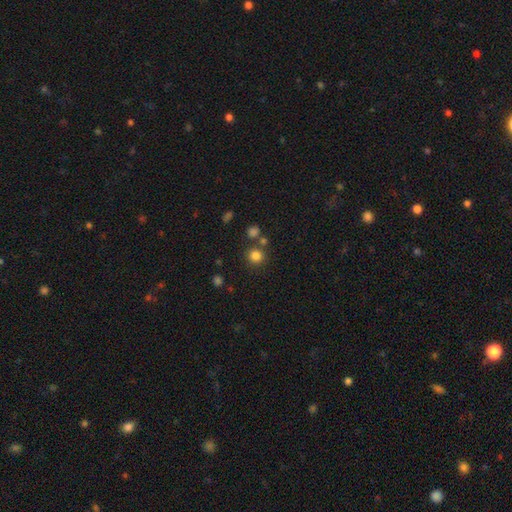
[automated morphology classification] Smooth or featured: smooth — 81% (star or artifact — 14%)
How rounded: round — 91% (in between — 8%)
Merging: none — 77% (merger — 12%)